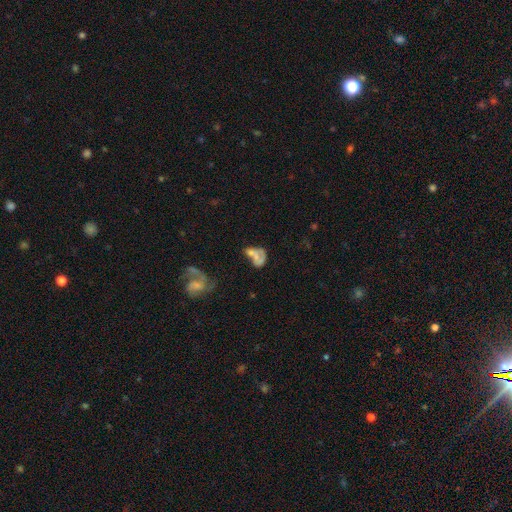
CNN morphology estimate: Smooth or featured: smooth — 44% (tied with featured or disk — 44%)
Merging: merger — 46% (none — 21%)